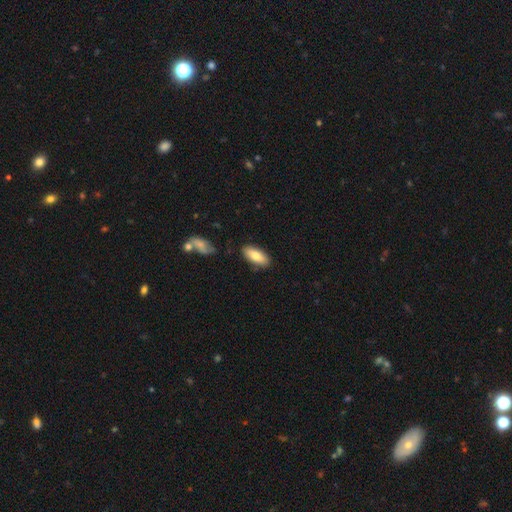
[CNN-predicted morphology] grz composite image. It shows a smooth galaxy with no disk features (78%) that is in between round and cigar-shaped (83%). Merging: none (84%).